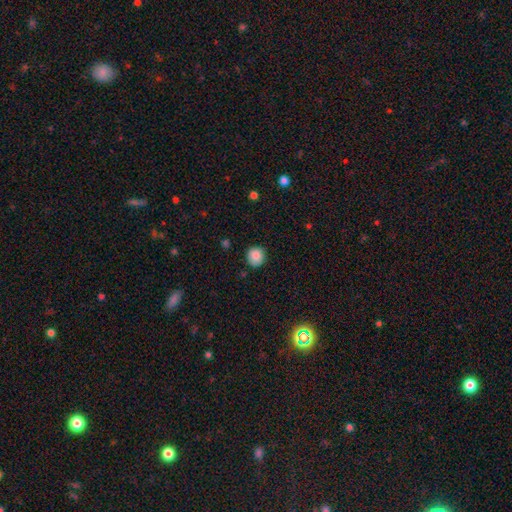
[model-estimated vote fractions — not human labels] Q: Smooth or featured?
A: smooth (86%); runner-up: star or artifact (9%)
Q: How rounded?
A: round (86%); runner-up: in between (13%)
Q: Merging?
A: none (84%); runner-up: minor disturbance (13%)